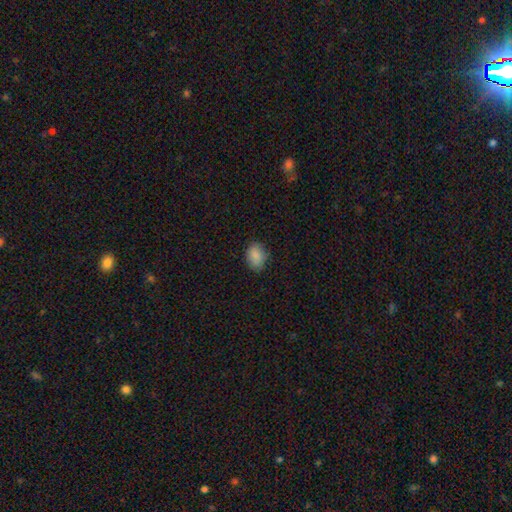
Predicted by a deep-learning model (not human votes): Overall: smooth (88%). How rounded: in between (75%). Merging: none (82%).